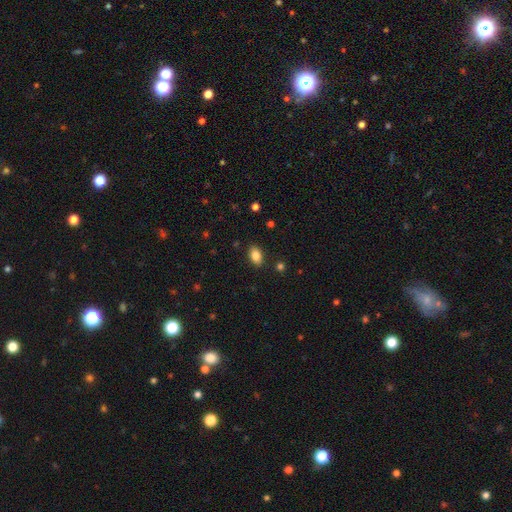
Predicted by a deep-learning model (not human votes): Smooth or featured? smooth (84%)
How rounded? in between (87%)
Merging? none (87%)